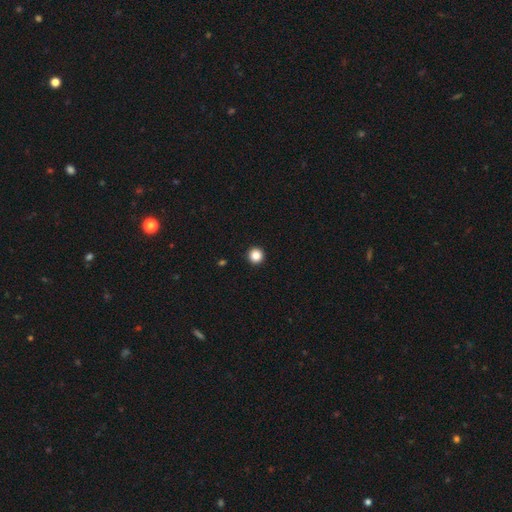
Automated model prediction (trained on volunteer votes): Q: Smooth or featured?
A: smooth (86%); runner-up: star or artifact (11%)
Q: How rounded?
A: round (96%); runner-up: in between (3%)
Q: Merging?
A: none (94%); runner-up: minor disturbance (4%)